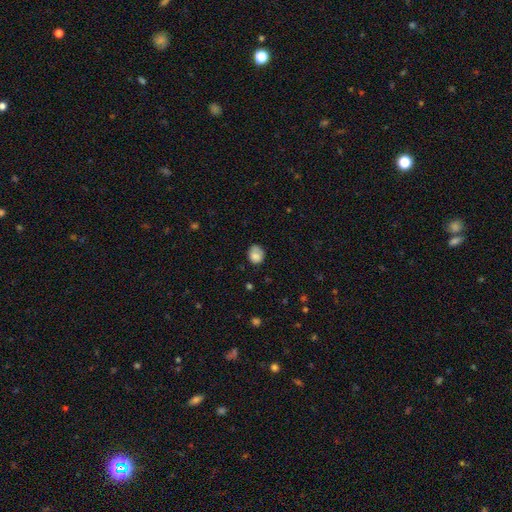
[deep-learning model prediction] Morphology: type=smooth (77%); roundness=round (61%); merging=none (58%).